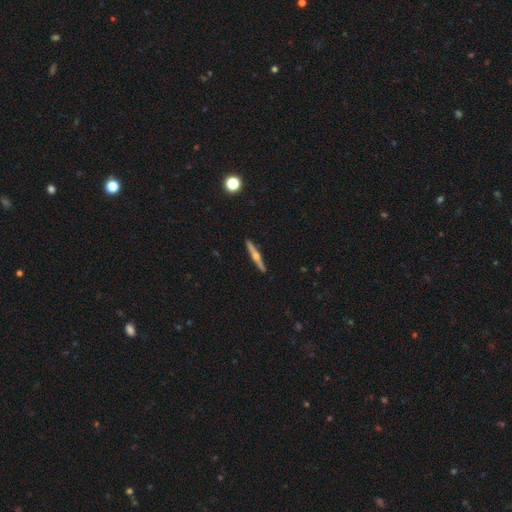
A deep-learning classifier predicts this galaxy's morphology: A featured or disk galaxy (71%) viewed edge-on (98%) with a rounded central bulge (91%). Merging: none (92%).